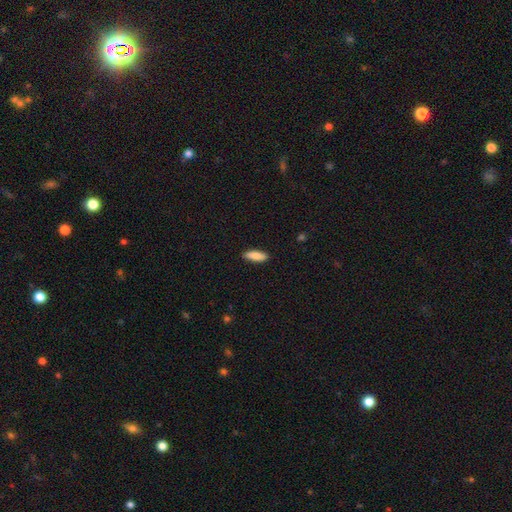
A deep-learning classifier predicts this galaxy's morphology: A smooth galaxy with no disk features (84%) that is in between round and cigar-shaped (63%). Merging: none (90%).